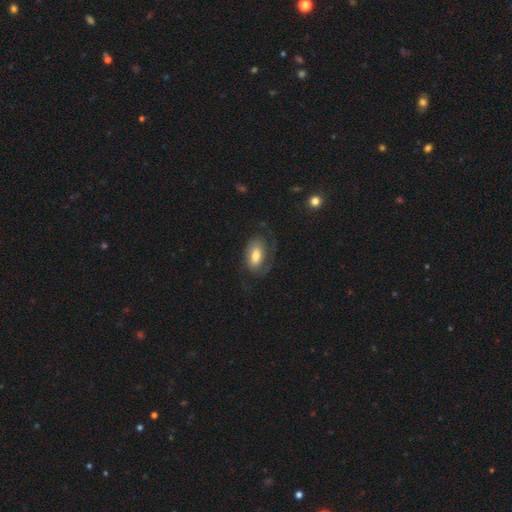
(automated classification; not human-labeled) Smooth or featured? smooth (47%)
Merging? none (53%)